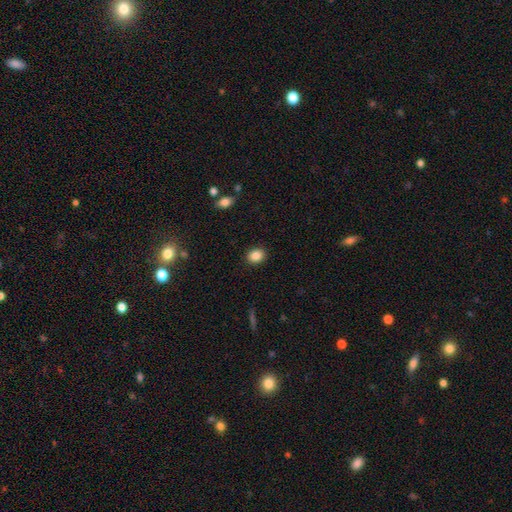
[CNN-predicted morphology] Smooth or featured: smooth — 87% (star or artifact — 9%)
How rounded: in between — 50% (round — 49%)
Merging: none — 90% (minor disturbance — 7%)